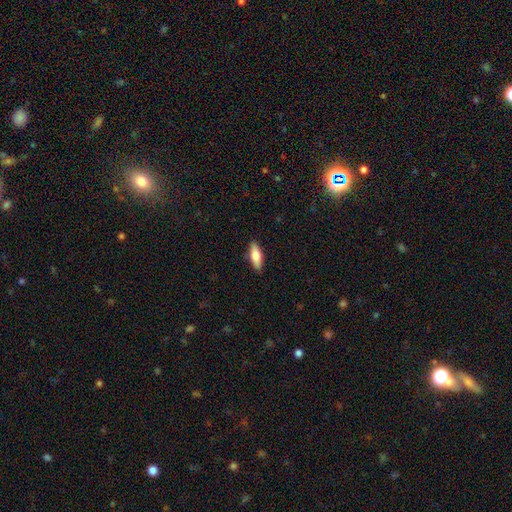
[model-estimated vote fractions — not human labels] The model was most divided on "how rounded": in between: 60%, cigar-shaped: 38%, round: 2%. More confident: merging — none (89%); smooth or featured — smooth (71%).